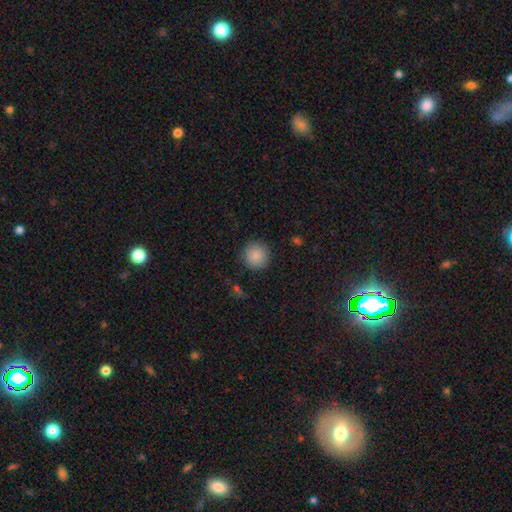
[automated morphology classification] smooth_or_featured: smooth (p=0.88) [alt: star or artifact p=0.08]
how_rounded: round (p=0.95) [alt: in between p=0.04]
merging: none (p=0.89) [alt: minor disturbance p=0.07]